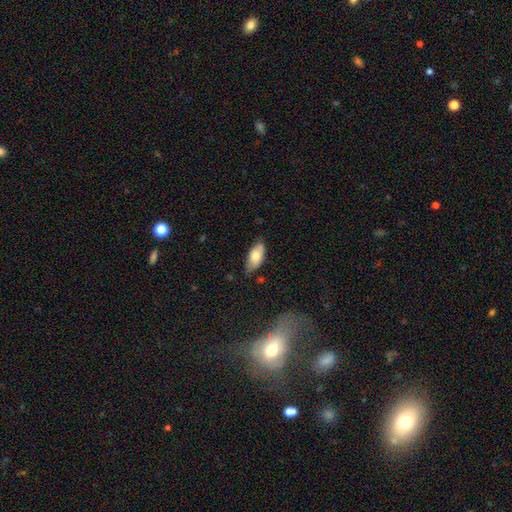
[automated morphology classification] smooth_or_featured: smooth (p=0.74) [alt: featured or disk p=0.19]
how_rounded: in between (p=0.88) [alt: cigar-shaped p=0.09]
merging: none (p=0.70) [alt: minor disturbance p=0.24]